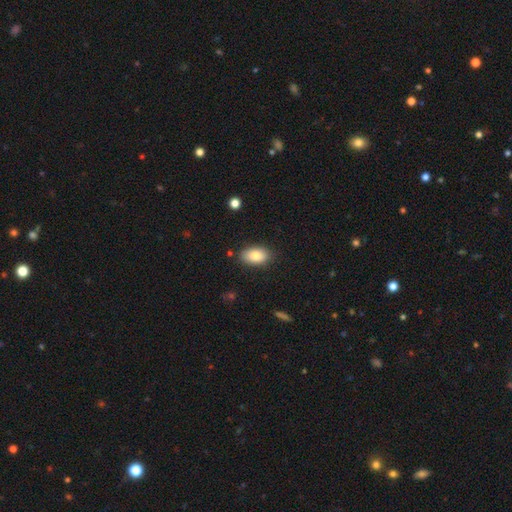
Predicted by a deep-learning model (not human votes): smooth 83%, featured or disk 10%, star or artifact 7%. Down the decision tree: how rounded — in between (92%); merging — none (84%).